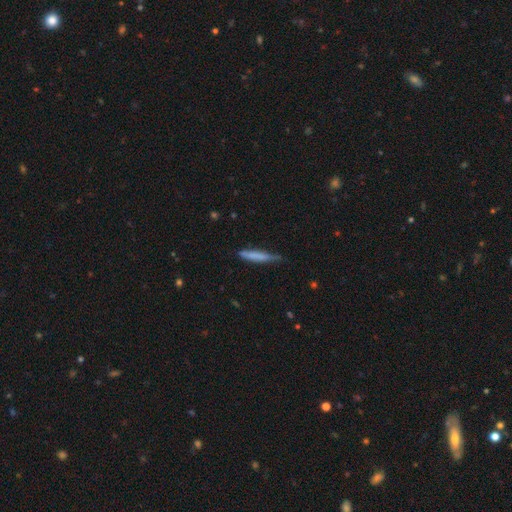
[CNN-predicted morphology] Smooth or featured?
  - smooth: 68% *
  - featured or disk: 25%
  - star or artifact: 6%
How rounded?
  - cigar-shaped: 93% *
  - in between: 6%
  - round: 1%
Merging?
  - none: 65% *
  - minor disturbance: 28%
  - major disturbance: 5%
  - merger: 2%